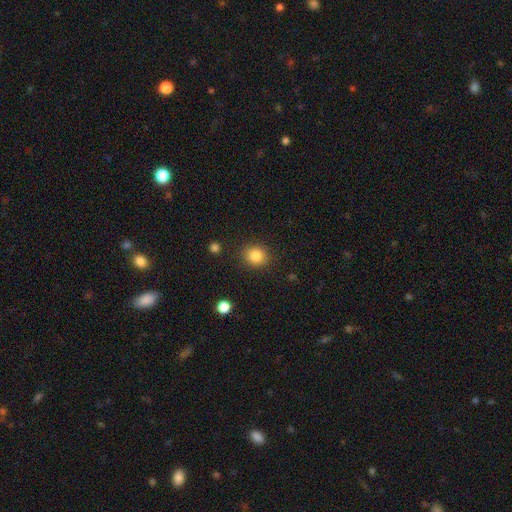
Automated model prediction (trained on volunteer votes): This appears to be a smooth galaxy with no disk features (84%) that is round (80%). Merging: none (88%).